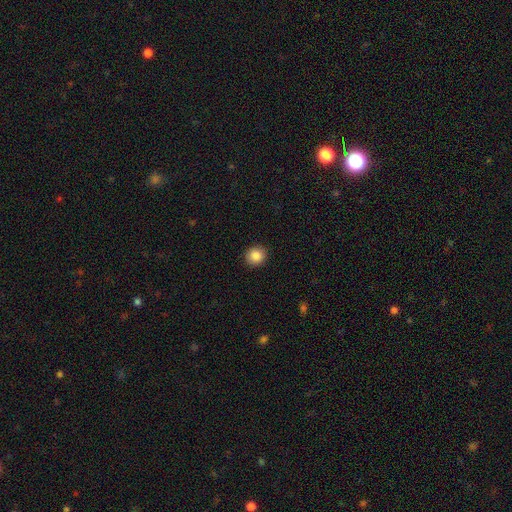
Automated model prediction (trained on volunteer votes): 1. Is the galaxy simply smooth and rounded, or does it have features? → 87% smooth, 9% star or artifact, 4% featured or disk.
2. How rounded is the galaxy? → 88% round, 11% in between, 1% cigar-shaped.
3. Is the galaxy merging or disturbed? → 92% none, 5% minor disturbance, 2% major disturbance, 1% merger.